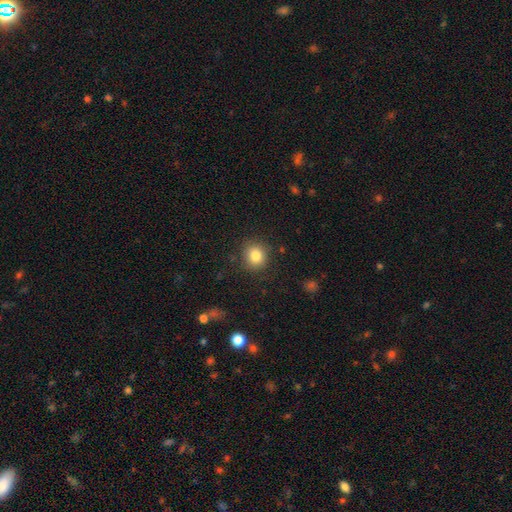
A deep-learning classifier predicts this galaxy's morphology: smooth_or_featured: smooth (p=0.82) [alt: star or artifact p=0.11]
how_rounded: round (p=0.83) [alt: in between p=0.16]
merging: none (p=0.87) [alt: minor disturbance p=0.09]